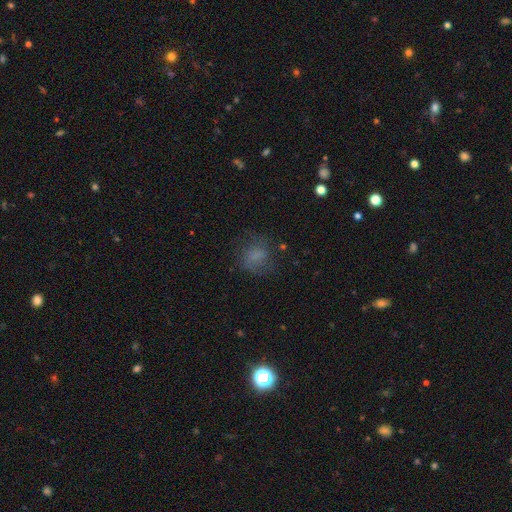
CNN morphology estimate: A smooth galaxy with no disk features (63%) that is round (60%).

Vote fractions:
- Smooth or featured? smooth: 63% / featured or disk: 21% / star or artifact: 16%
- How rounded? round: 60% / in between: 38% / cigar-shaped: 1%
- Merging? none: 61% / minor disturbance: 21% / major disturbance: 16% / merger: 2%